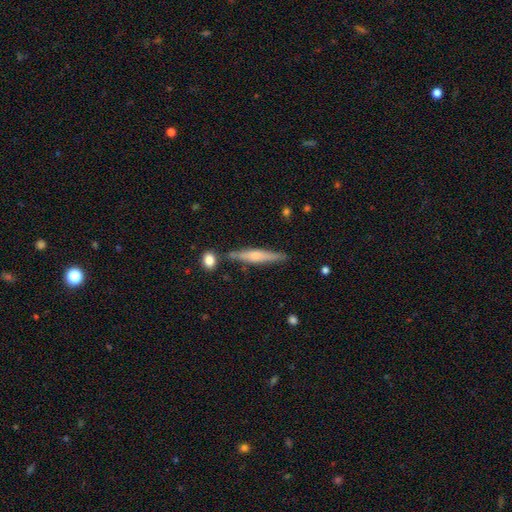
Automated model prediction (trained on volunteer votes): Q: Smooth or featured?
A: featured or disk (50%); runner-up: smooth (43%)
Q: Edge-on disk?
A: yes (96%); runner-up: no (4%)
Q: Merging?
A: none (81%); runner-up: minor disturbance (12%)